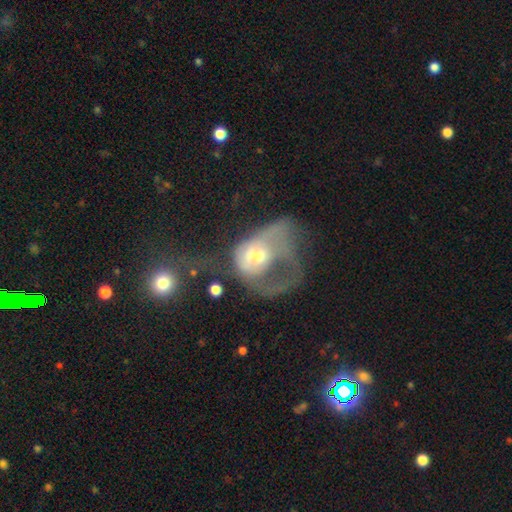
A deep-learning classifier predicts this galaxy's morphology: Smooth or featured? featured or disk (52%)
Edge-on disk? no (96%)
Merging? major disturbance (68%)